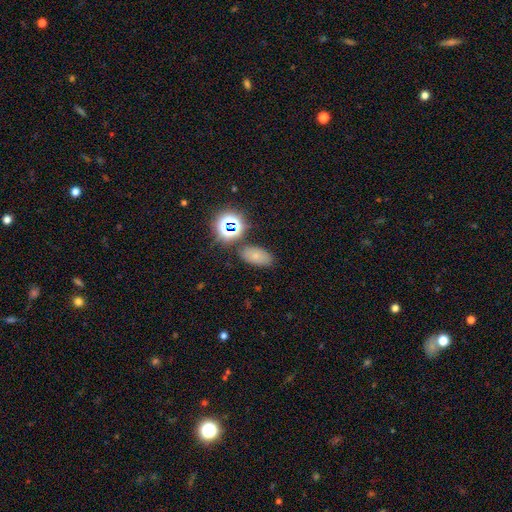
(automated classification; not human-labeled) The model was most divided on "smooth or featured": smooth: 68%, star or artifact: 20%, featured or disk: 12%. More confident: how rounded — in between (89%); merging — none (79%).